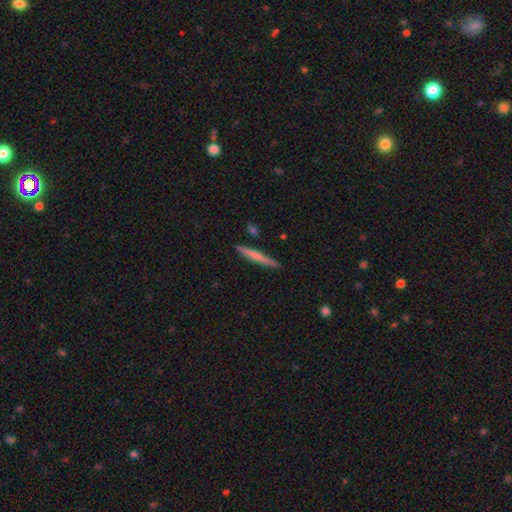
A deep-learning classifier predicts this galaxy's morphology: Smooth or featured? Predicted: smooth (p=0.57). How rounded? Predicted: cigar-shaped (p=0.96). Merging? Predicted: none (p=0.88).